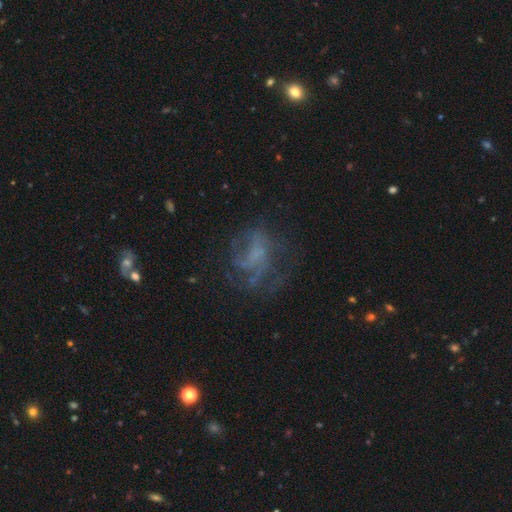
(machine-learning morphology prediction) Smooth or featured: featured or disk — 59% (smooth — 22%)
Edge-on disk: no — 97% (yes — 3%)
Bar: no — 70% (weak — 24%)
Spiral arms: yes — 62% (no — 38%)
Bulge size: none — 57% (small — 25%)
Merging: none — 51% (major disturbance — 28%)